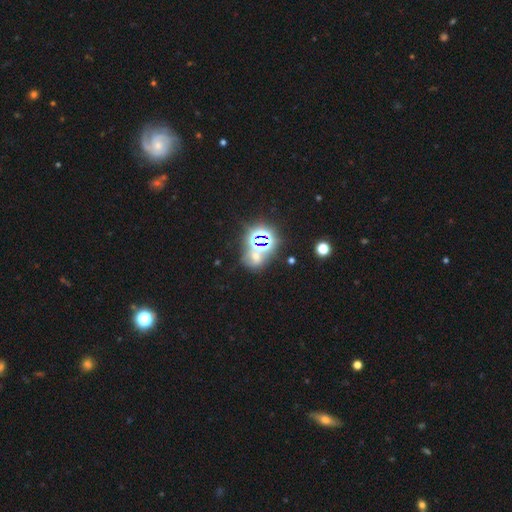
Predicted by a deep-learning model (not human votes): Smooth or featured? star or artifact (63%)